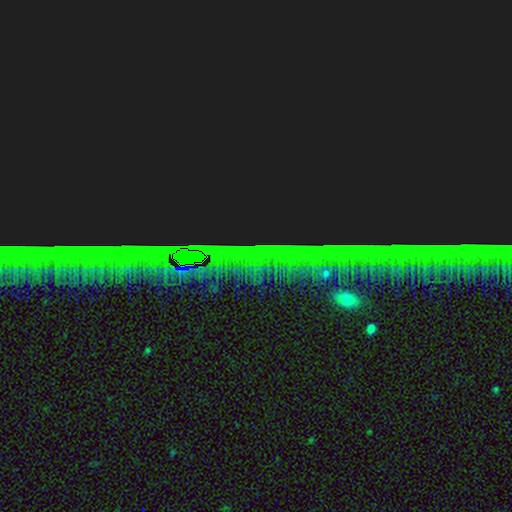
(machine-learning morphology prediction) Smooth or featured? Predicted: star or artifact (p=0.86).